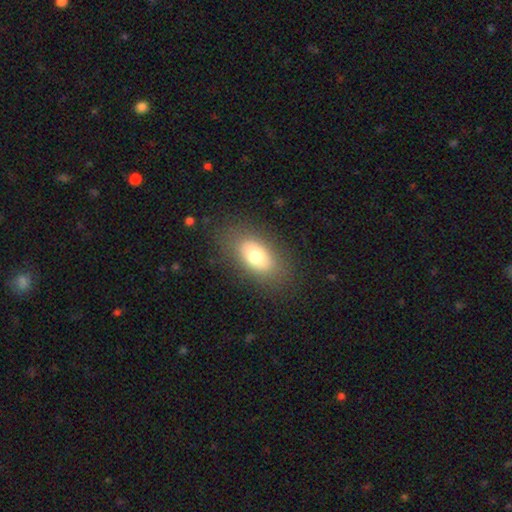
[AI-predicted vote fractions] This appears to be a smooth galaxy with no disk features (72%) that is in between round and cigar-shaped (88%). Merging: none (81%).